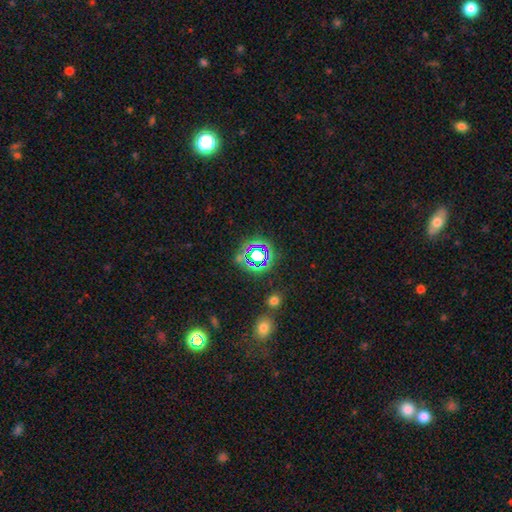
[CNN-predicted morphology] A star or artifact, not a galaxy (62%).